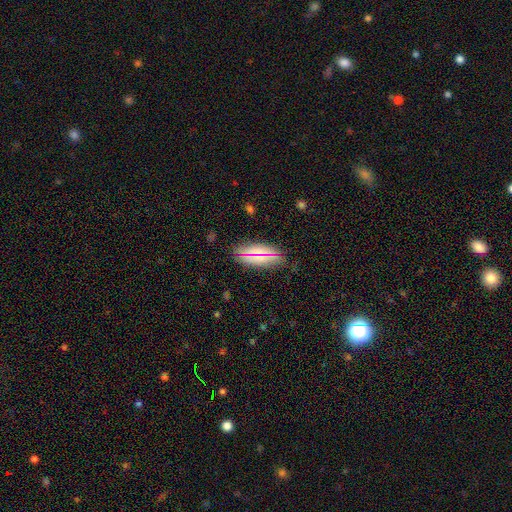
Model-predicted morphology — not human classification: A smooth galaxy with no disk features (59%) that is in between round and cigar-shaped (72%).

Vote fractions:
- Smooth or featured? smooth: 59% / featured or disk: 23% / star or artifact: 18%
- How rounded? in between: 72% / cigar-shaped: 22% / round: 5%
- Merging? none: 81% / minor disturbance: 14% / major disturbance: 3% / merger: 2%